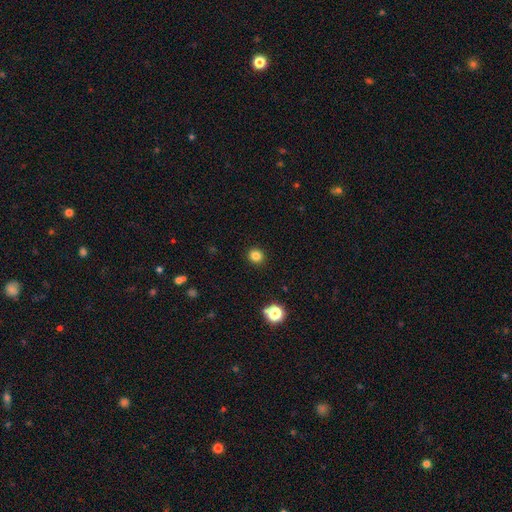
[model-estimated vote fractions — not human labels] The model was most divided on "smooth or featured": smooth: 82%, star or artifact: 13%, featured or disk: 4%. More confident: merging — none (92%); how rounded — round (90%).